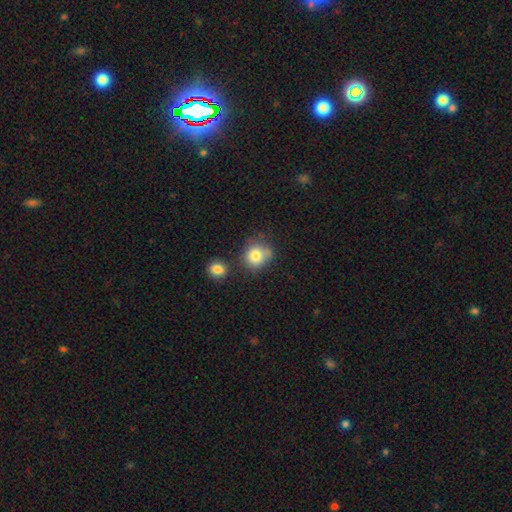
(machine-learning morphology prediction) Overall: smooth (80%). How rounded: round (80%). Merging: none (57%; minor disturbance 19%).